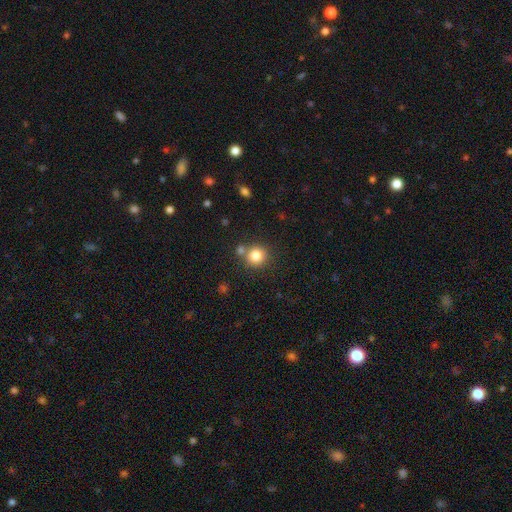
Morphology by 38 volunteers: Smooth or featured? smooth (87%)
How rounded? round (94%)
Merging? none (86%)